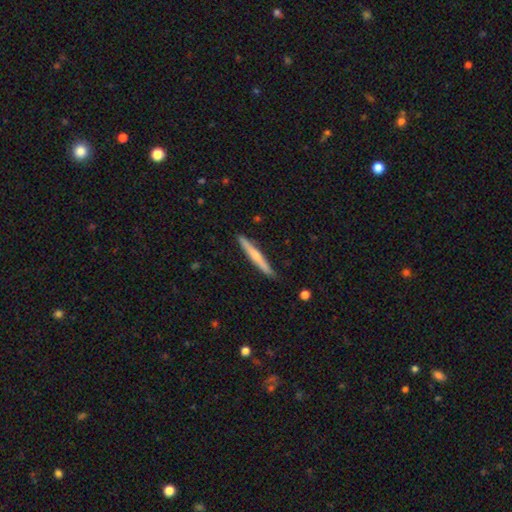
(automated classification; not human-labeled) The model was most divided on "smooth or featured": smooth: 51%, featured or disk: 43%, star or artifact: 5%. More confident: how rounded — cigar-shaped (96%); merging — none (89%).